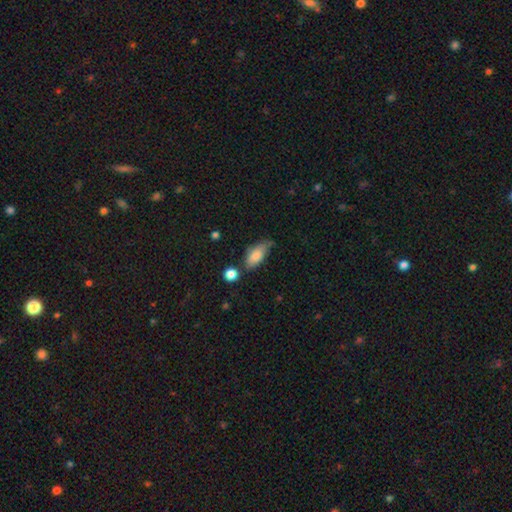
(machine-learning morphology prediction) smooth_or_featured: smooth (p=0.79) [alt: featured or disk p=0.13]
how_rounded: in between (p=0.87) [alt: cigar-shaped p=0.10]
merging: none (p=0.53) [alt: minor disturbance p=0.31]